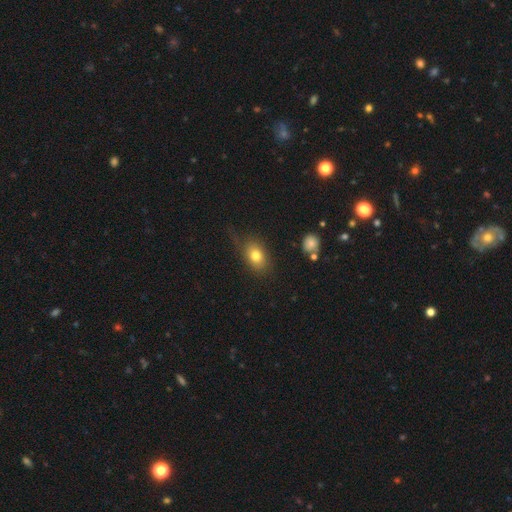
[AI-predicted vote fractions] This appears to be a smooth galaxy with no disk features (78%) that is in between round and cigar-shaped (74%). Merging: none (65%).